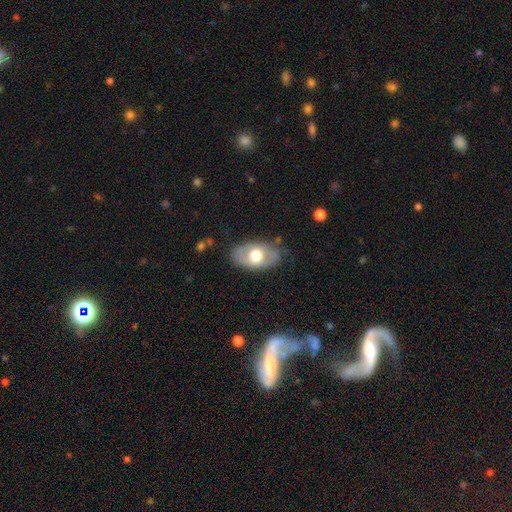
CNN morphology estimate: This is possibly a smooth galaxy (53%). How rounded: clearly in between (90%). Merging: likely none (76%).